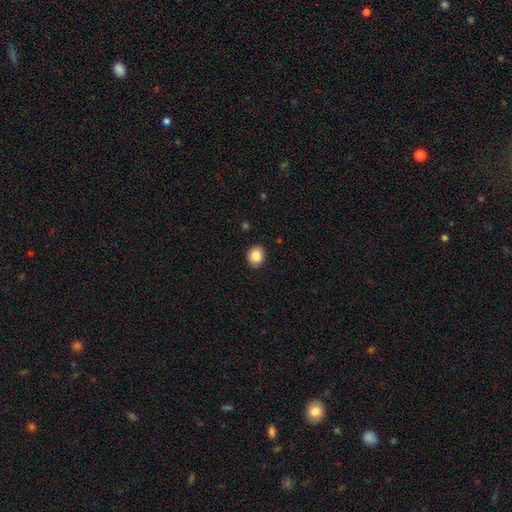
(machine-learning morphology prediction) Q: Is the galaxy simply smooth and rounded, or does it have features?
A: smooth — 87%.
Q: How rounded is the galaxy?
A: round — 58%.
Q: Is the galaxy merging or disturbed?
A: none — 88%.